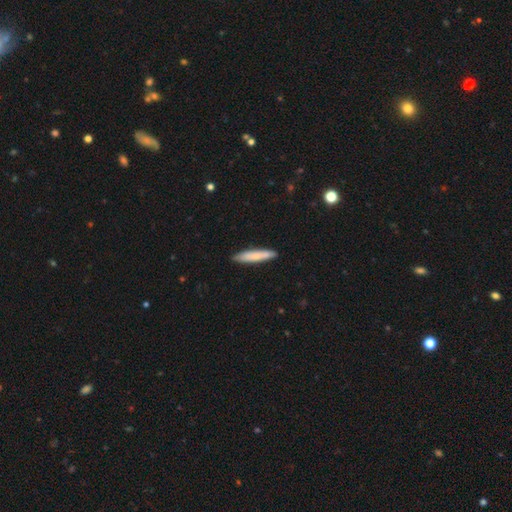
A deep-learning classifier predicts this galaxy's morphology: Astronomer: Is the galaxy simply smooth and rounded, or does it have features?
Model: smooth — 73%.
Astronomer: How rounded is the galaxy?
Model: cigar-shaped — 90%.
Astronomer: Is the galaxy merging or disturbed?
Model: none — 86%.